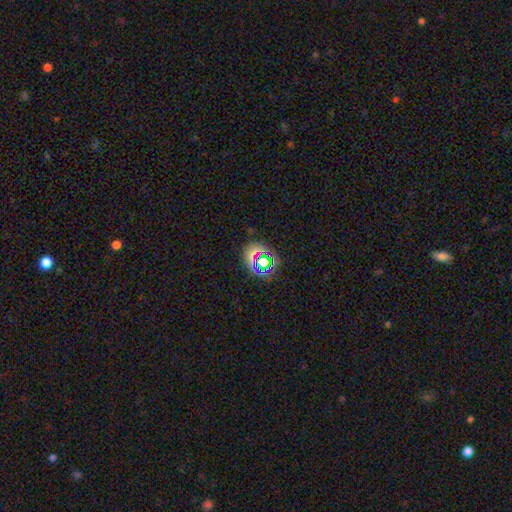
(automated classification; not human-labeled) star or artifact 53%, smooth 35%, featured or disk 12%.